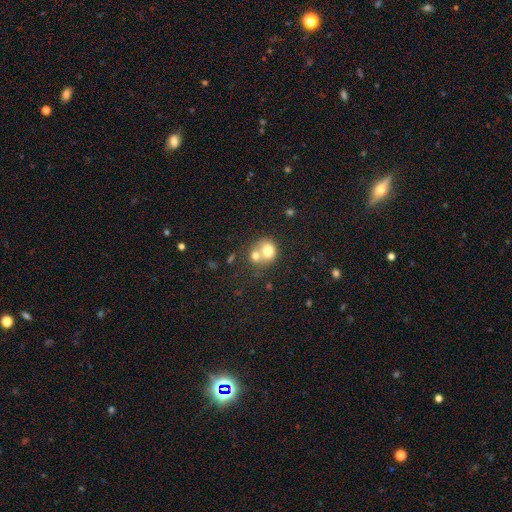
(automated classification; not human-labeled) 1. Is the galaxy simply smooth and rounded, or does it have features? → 71% smooth, 19% featured or disk, 10% star or artifact.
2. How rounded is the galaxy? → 70% round, 29% in between, 1% cigar-shaped.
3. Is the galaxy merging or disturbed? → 61% merger, 28% none, 7% minor disturbance, 4% major disturbance.